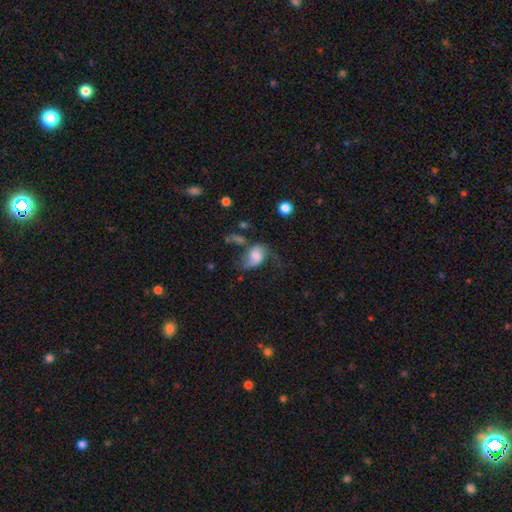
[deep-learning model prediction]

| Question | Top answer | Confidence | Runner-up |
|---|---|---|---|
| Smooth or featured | smooth | 47% | featured or disk (44%) |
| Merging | none | 34% | major disturbance (32%) |